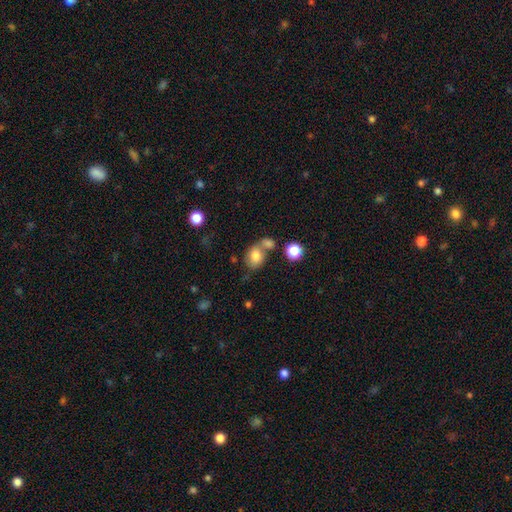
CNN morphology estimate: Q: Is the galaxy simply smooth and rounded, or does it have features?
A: smooth — 77%.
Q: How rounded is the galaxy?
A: in between — 51%.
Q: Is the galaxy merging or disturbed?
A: none — 44%.